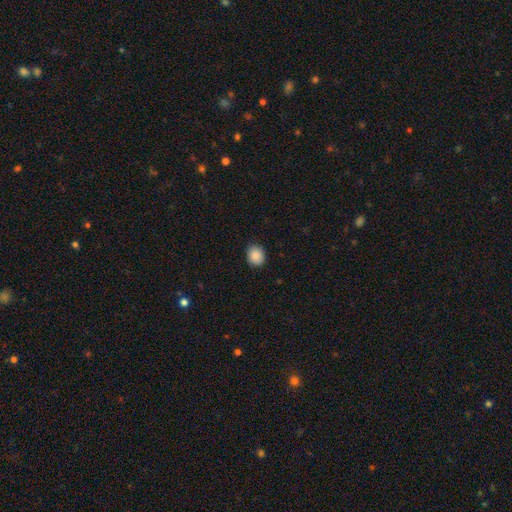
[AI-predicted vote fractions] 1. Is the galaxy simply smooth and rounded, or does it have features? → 88% smooth, 8% star or artifact, 4% featured or disk.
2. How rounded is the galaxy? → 63% round, 36% in between, 1% cigar-shaped.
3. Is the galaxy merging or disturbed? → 86% none, 11% minor disturbance, 2% major disturbance, 1% merger.